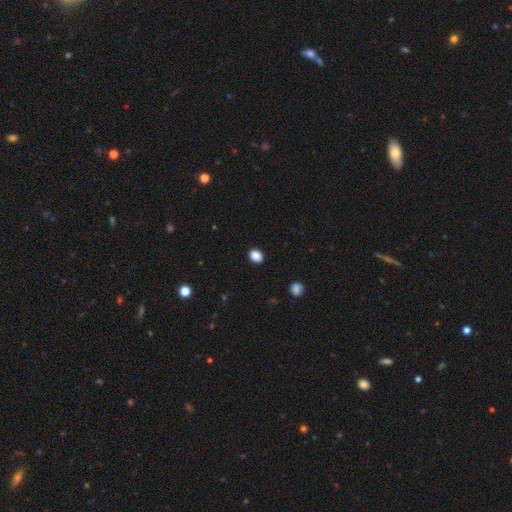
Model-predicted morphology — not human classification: The model was most divided on "how rounded": in between: 58%, round: 41%, cigar-shaped: 1%. More confident: merging — none (89%); smooth or featured — smooth (88%).